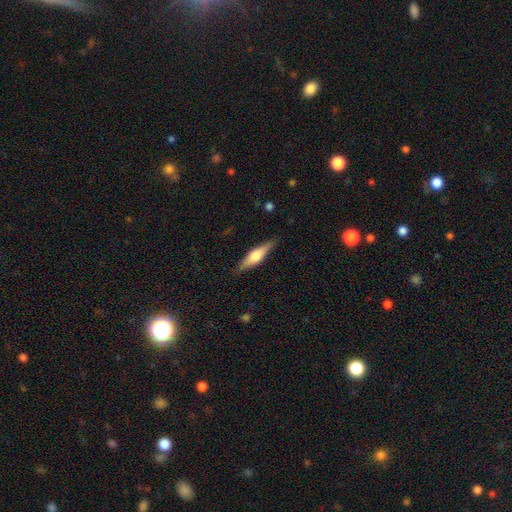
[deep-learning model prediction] featured or disk 54%, smooth 40%, star or artifact 6%. Down the decision tree: edge-on disk — yes (95%); edge-on bulge — rounded (91%); merging — none (87%).